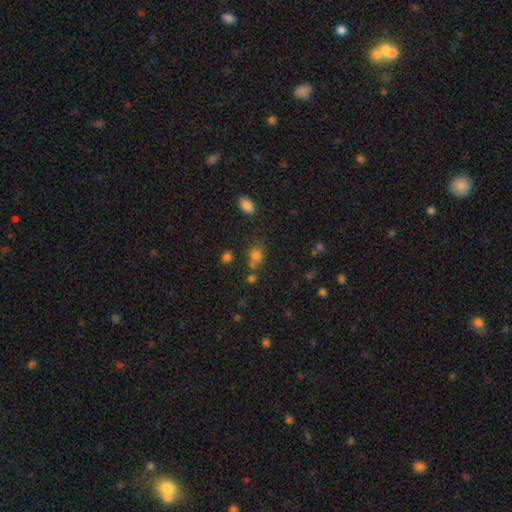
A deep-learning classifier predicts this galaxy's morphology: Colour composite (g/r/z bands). It shows a smooth galaxy with no disk features (74%) that is round (54%). Merging: none (56%).